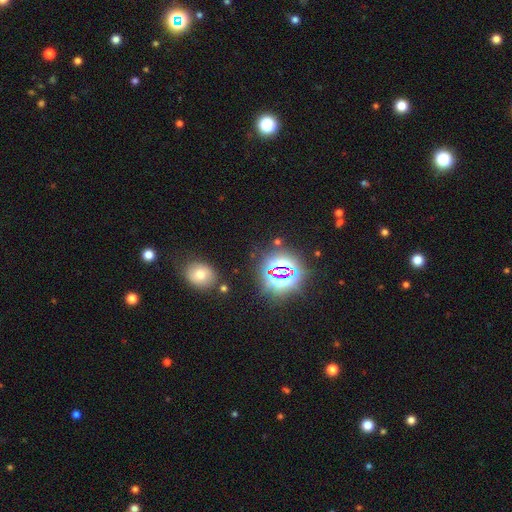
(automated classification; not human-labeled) A star or artifact, not a galaxy (71%).